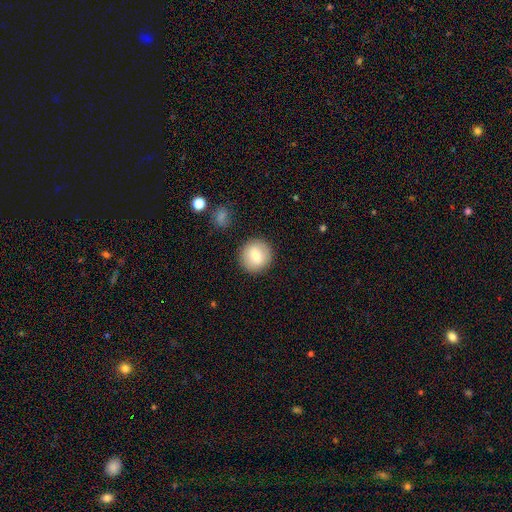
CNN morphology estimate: The model was most divided on "smooth or featured": smooth: 77%, featured or disk: 15%, star or artifact: 8%. More confident: how rounded — round (92%); merging — none (88%).